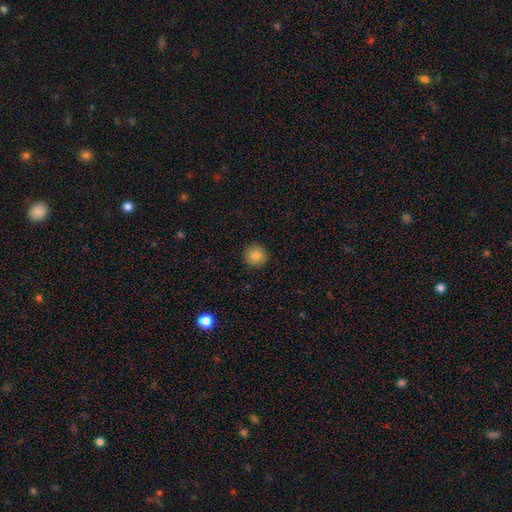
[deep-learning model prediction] This appears to be a smooth galaxy with no disk features (83%) that is round (94%). Merging: none (91%).